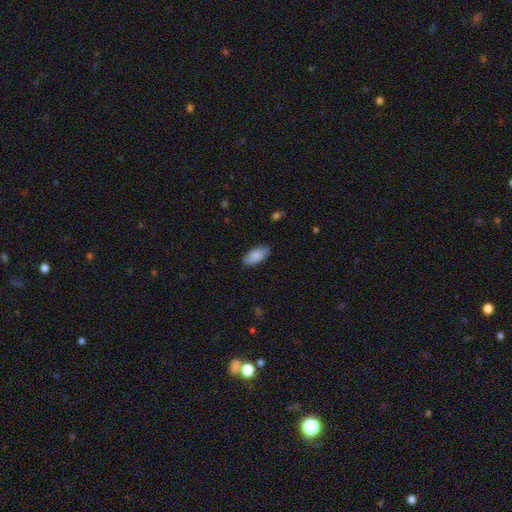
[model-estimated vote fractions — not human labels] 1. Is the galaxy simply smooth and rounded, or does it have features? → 86% smooth, 8% featured or disk, 6% star or artifact.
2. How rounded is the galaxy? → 92% in between, 6% cigar-shaped, 2% round.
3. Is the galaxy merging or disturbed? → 85% none, 12% minor disturbance, 2% major disturbance, 1% merger.